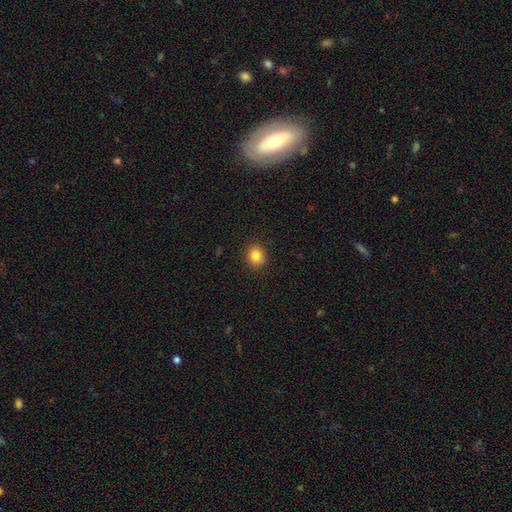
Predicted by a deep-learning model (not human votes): This is clearly a smooth galaxy (83%). How rounded: likely round (73%). Merging: clearly none (86%).